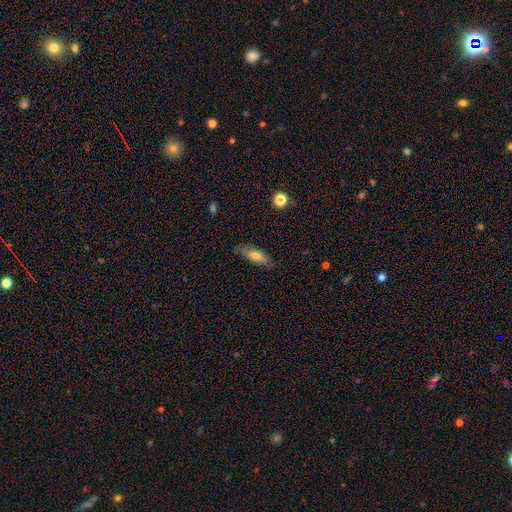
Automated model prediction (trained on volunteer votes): smooth_or_featured: smooth (p=0.60) [alt: featured or disk p=0.32]
how_rounded: in between (p=0.55) [alt: cigar-shaped p=0.42]
merging: none (p=0.77) [alt: minor disturbance p=0.17]